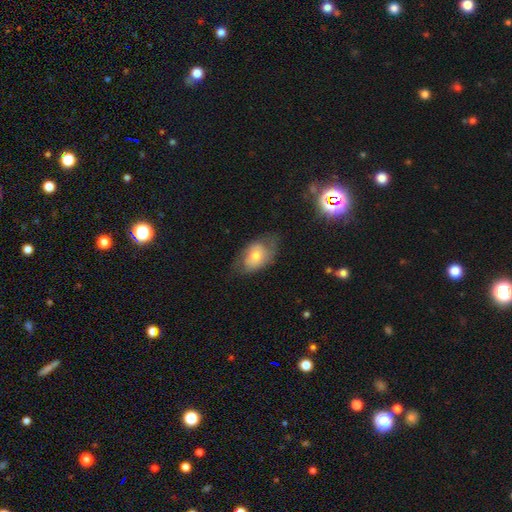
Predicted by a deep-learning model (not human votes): A smooth galaxy with no disk features (55%) that is in between round and cigar-shaped (85%).

Vote fractions:
- Smooth or featured? smooth: 55% / featured or disk: 37% / star or artifact: 8%
- How rounded? in between: 85% / round: 13% / cigar-shaped: 2%
- Merging? none: 54% / minor disturbance: 30% / major disturbance: 15% / merger: 2%